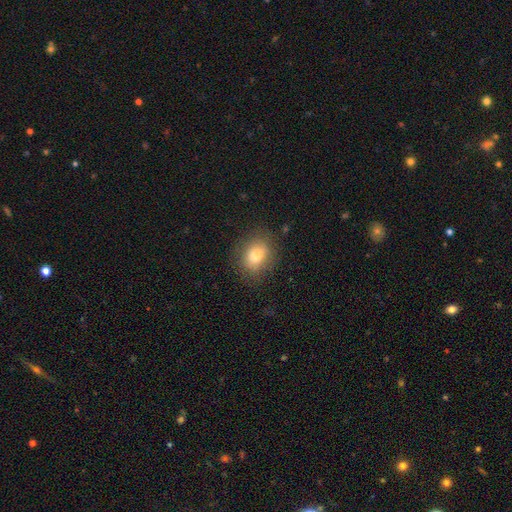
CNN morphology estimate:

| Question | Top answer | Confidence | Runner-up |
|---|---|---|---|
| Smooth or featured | smooth | 79% | featured or disk (11%) |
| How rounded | round | 51% | in between (48%) |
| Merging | none | 83% | minor disturbance (12%) |